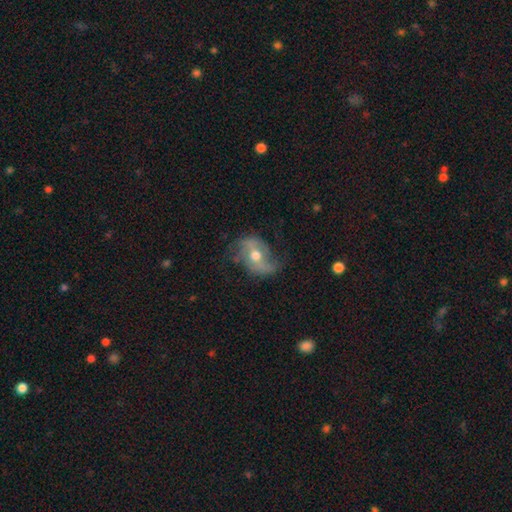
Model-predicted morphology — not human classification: Smooth or featured? featured or disk (72%)
Edge-on disk? no (95%)
Bar? no (53%)
Spiral arms? yes (81%)
Spiral winding? loose (57%)
Spiral arm count? 2 (85%)
Bulge size? moderate (76%)
Merging? none (57%)